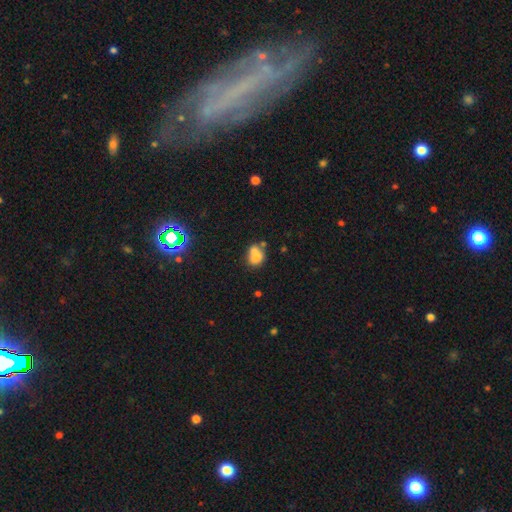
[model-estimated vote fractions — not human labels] A smooth galaxy with no disk features (69%) that is round (55%).

Vote fractions:
- Smooth or featured? smooth: 69% / featured or disk: 19% / star or artifact: 12%
- How rounded? round: 55% / in between: 44% / cigar-shaped: 1%
- Merging? merger: 50% / none: 31% / minor disturbance: 12% / major disturbance: 6%